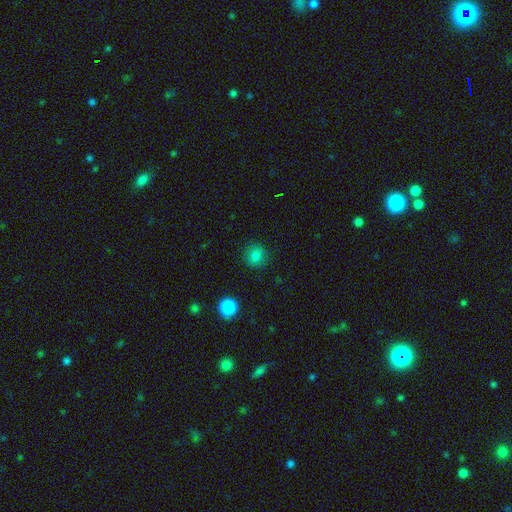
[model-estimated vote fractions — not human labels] Morphology: type=smooth (82%); roundness=round (85%); merging=none (87%).